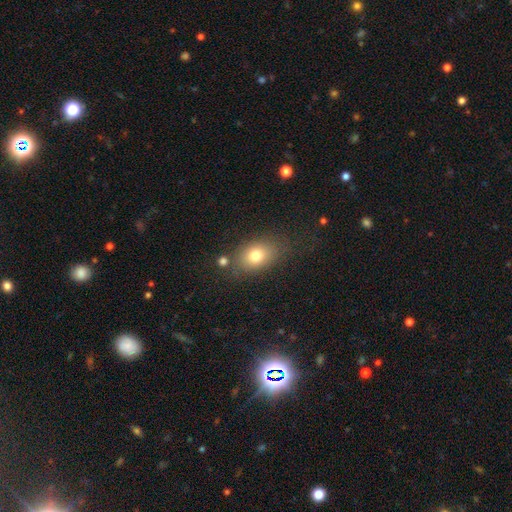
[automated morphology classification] The model was most divided on "how rounded": in between: 75%, round: 23%, cigar-shaped: 2%. More confident: smooth or featured — smooth (76%); merging — none (73%).